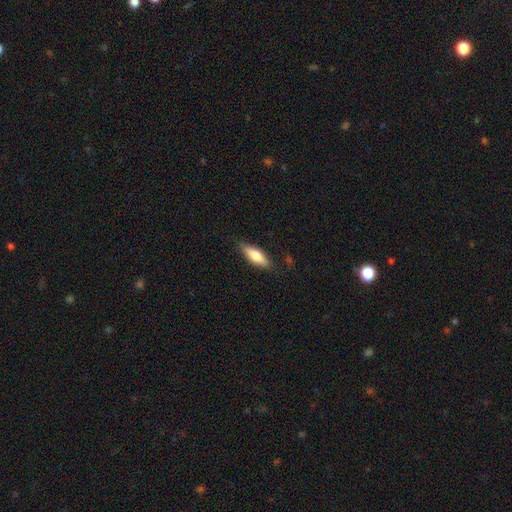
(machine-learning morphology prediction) This appears to be a smooth galaxy with no disk features (71%) that is in between round and cigar-shaped (58%). Merging: none (82%).